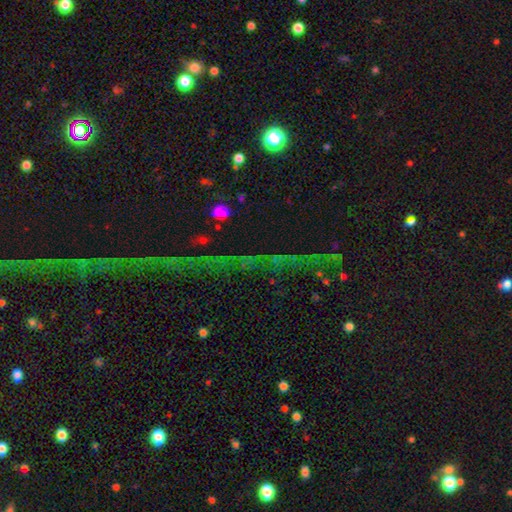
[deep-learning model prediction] Overall: star or artifact (72%).